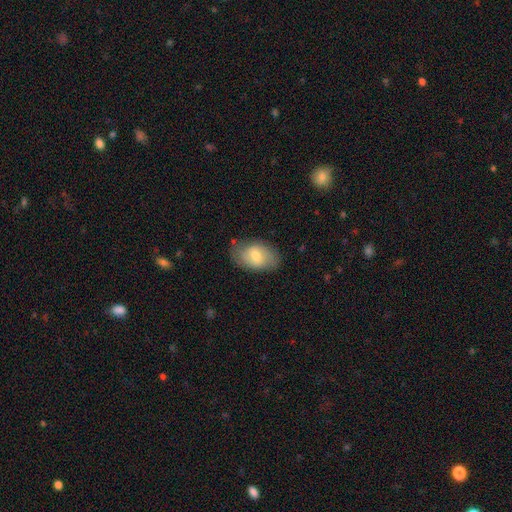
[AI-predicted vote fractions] A smooth galaxy with no disk features (59%) that is in between round and cigar-shaped (88%).

Vote fractions:
- Smooth or featured? smooth: 59% / featured or disk: 34% / star or artifact: 7%
- How rounded? in between: 88% / round: 10% / cigar-shaped: 2%
- Merging? none: 74% / minor disturbance: 20% / major disturbance: 5% / merger: 1%